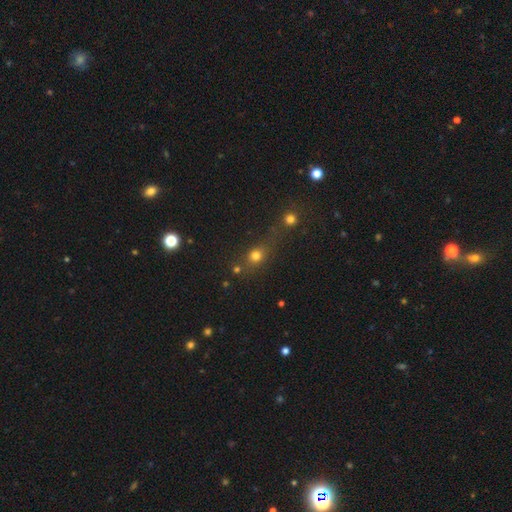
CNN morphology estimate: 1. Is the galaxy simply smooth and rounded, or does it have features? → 70% smooth, 20% star or artifact, 11% featured or disk.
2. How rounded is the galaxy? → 67% round, 28% in between, 5% cigar-shaped.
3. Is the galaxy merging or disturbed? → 52% none, 27% merger, 12% minor disturbance, 9% major disturbance.